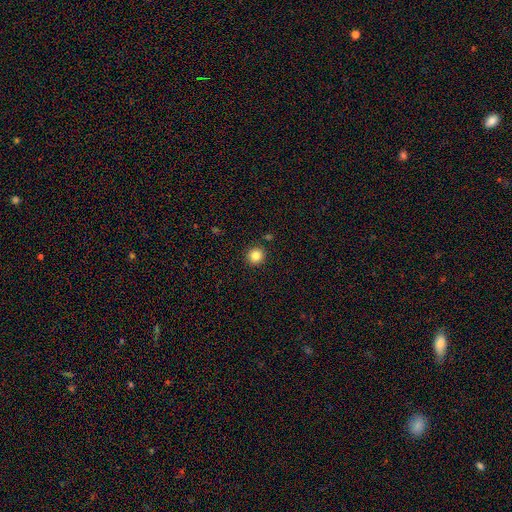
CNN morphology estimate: The model was most divided on "smooth or featured": smooth: 84%, star or artifact: 11%, featured or disk: 5%. More confident: how rounded — round (94%); merging — none (90%).